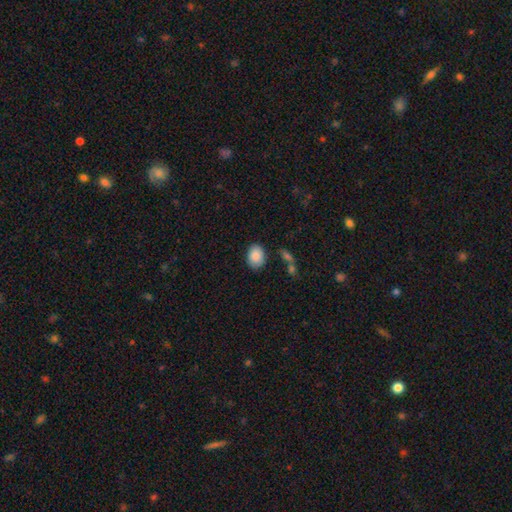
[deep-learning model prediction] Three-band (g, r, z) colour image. It shows a smooth galaxy with no disk features (88%) that is in between round and cigar-shaped (69%). Merging: none (80%).